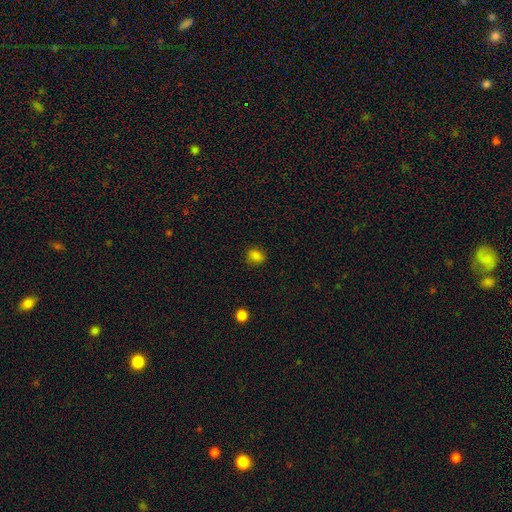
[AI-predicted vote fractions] Q: Smooth or featured?
A: smooth (82%); runner-up: star or artifact (13%)
Q: How rounded?
A: round (65%); runner-up: in between (34%)
Q: Merging?
A: none (85%); runner-up: minor disturbance (11%)